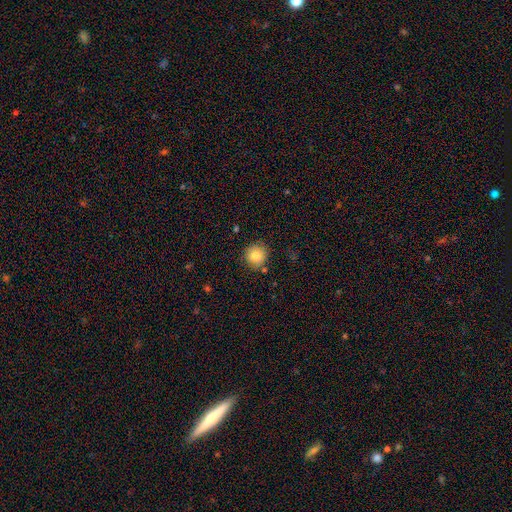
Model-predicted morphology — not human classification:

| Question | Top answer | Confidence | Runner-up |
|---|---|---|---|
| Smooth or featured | smooth | 82% | star or artifact (10%) |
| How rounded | round | 93% | in between (6%) |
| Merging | none | 85% | minor disturbance (10%) |